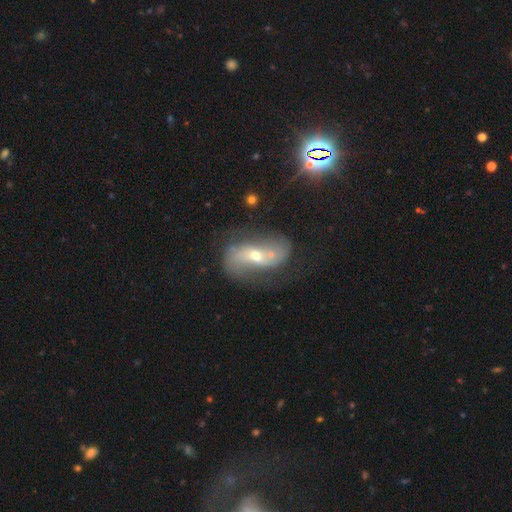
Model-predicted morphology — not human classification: Smooth or featured: featured or disk — 72% (smooth — 17%)
Edge-on disk: no — 94% (yes — 6%)
Bar: no — 49% (weak — 32%)
Spiral arms: yes — 83% (no — 17%)
Spiral winding: loose — 59% (medium — 30%)
Spiral arm count: 2 — 84% (can't tell — 8%)
Bulge size: moderate — 50% (small — 44%)
Merging: none — 41% (merger — 30%)